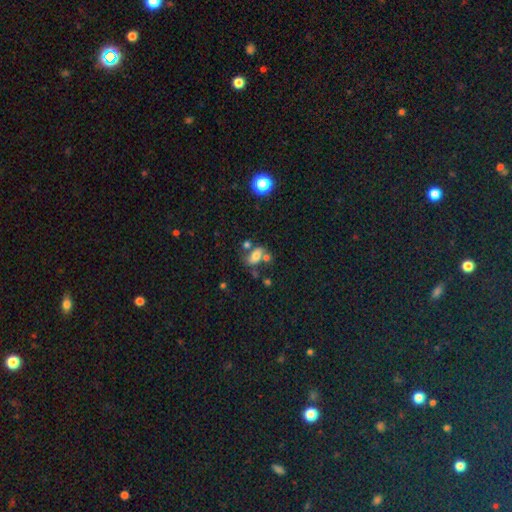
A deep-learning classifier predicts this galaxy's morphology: Smooth or featured: smooth — 62% (featured or disk — 23%)
How rounded: in between — 82% (round — 14%)
Merging: none — 40% (merger — 29%)